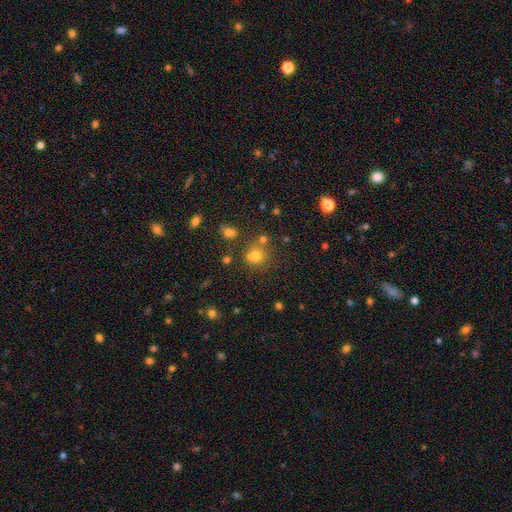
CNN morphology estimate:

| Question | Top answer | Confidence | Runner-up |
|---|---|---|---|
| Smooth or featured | smooth | 68% | star or artifact (20%) |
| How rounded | round | 83% | in between (16%) |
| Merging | none | 57% | merger (27%) |